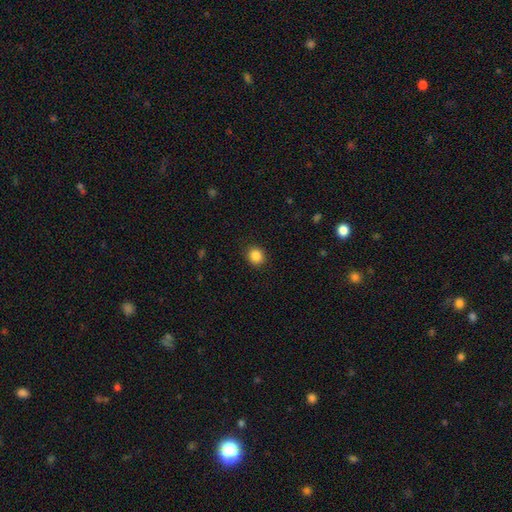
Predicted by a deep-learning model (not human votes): A smooth galaxy with no disk features (86%) that is round (79%). Merging: none (90%).